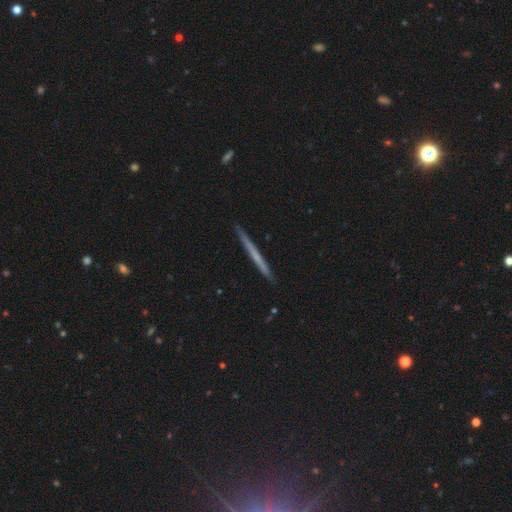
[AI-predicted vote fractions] This appears to be a featured or disk galaxy (49%). Merging: none (91%).